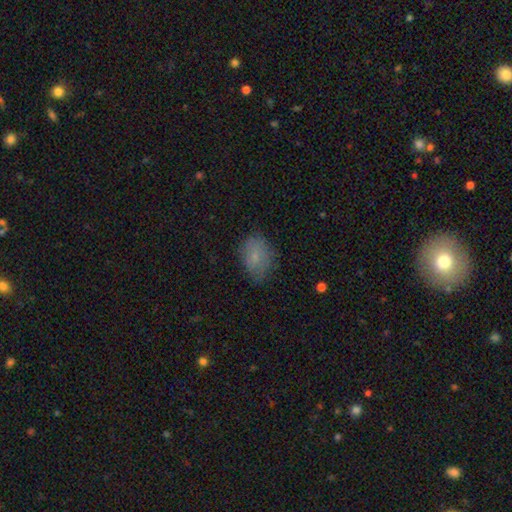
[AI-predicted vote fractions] Overall: smooth (75%). How rounded: in between (78%). Merging: none (66%).